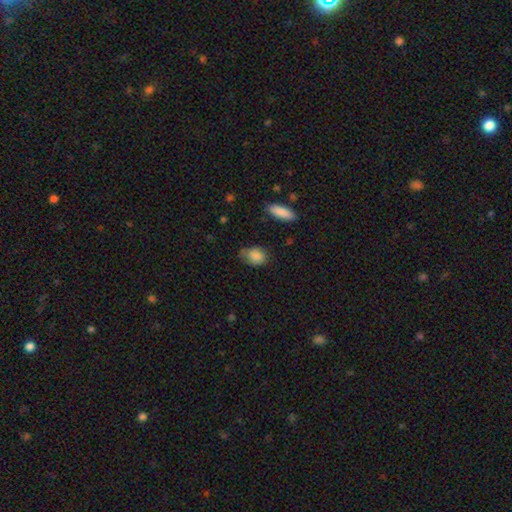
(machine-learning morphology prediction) A smooth galaxy with no disk features (86%) that is in between round and cigar-shaped (74%). Merging: none (60%).